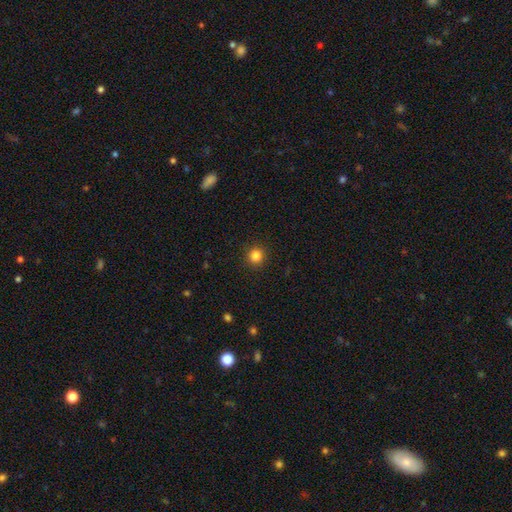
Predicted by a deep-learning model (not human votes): Smooth or featured? smooth (84%)
How rounded? round (91%)
Merging? none (92%)